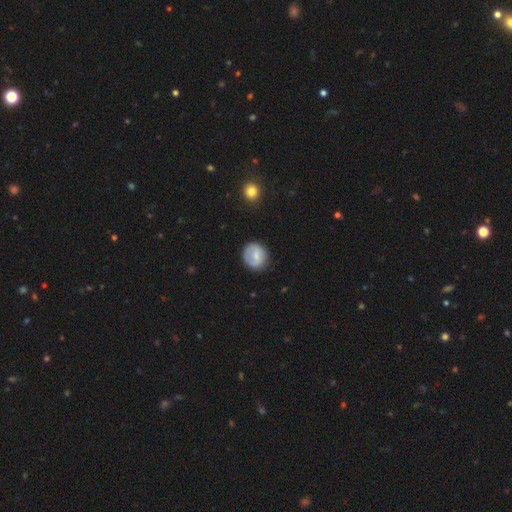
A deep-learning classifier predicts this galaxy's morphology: Smooth or featured? smooth (67%)
How rounded? round (81%)
Merging? none (80%)